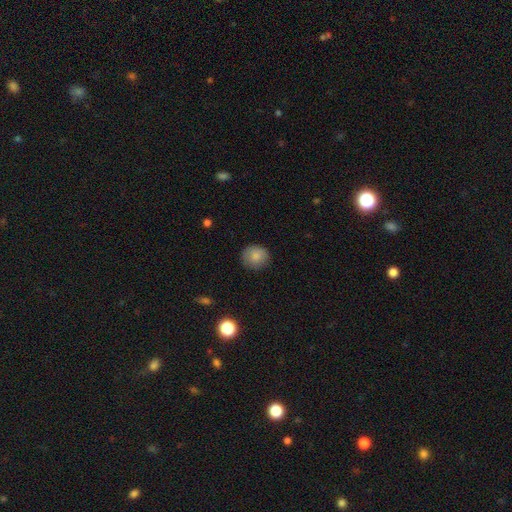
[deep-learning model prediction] Smooth or featured? smooth (85%)
How rounded? round (85%)
Merging? none (84%)